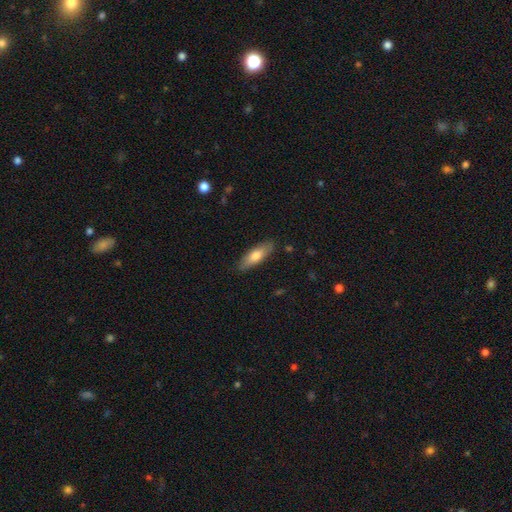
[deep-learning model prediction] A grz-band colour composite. It shows a smooth galaxy with no disk features (72%) that is in between round and cigar-shaped (54%). Merging: none (87%).